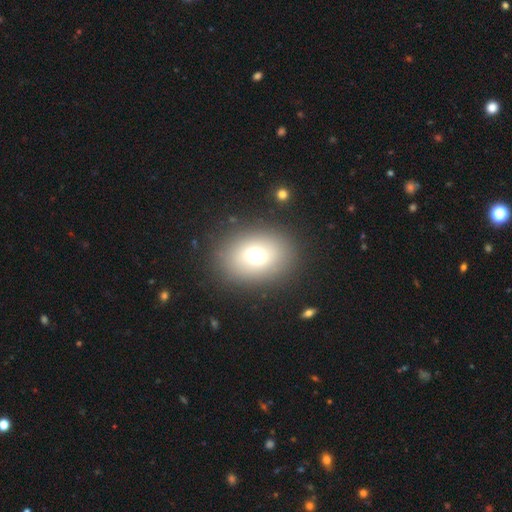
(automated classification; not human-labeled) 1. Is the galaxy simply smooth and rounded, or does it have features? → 67% smooth, 19% featured or disk, 14% star or artifact.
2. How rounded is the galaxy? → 63% in between, 36% round, 1% cigar-shaped.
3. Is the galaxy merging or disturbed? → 84% none, 10% minor disturbance, 5% major disturbance, 2% merger.